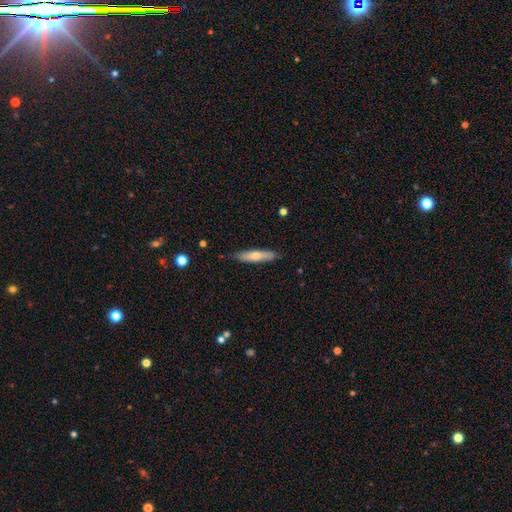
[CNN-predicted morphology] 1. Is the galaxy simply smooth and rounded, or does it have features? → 66% smooth, 28% featured or disk, 5% star or artifact.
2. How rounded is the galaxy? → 82% cigar-shaped, 16% in between, 1% round.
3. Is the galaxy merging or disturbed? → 84% none, 13% minor disturbance, 2% major disturbance, 1% merger.